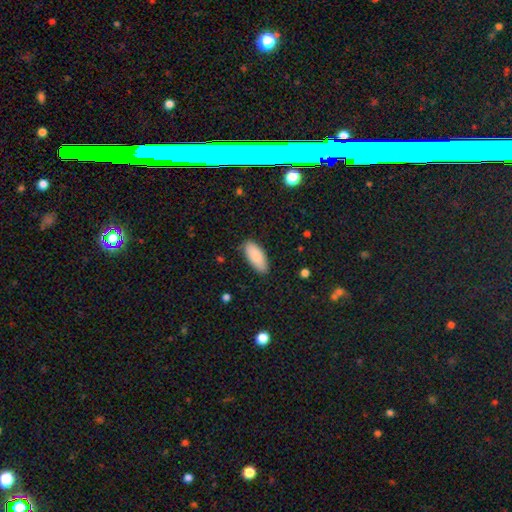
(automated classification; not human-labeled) A smooth galaxy with no disk features (88%) that is in between round and cigar-shaped (86%). Merging: none (83%).